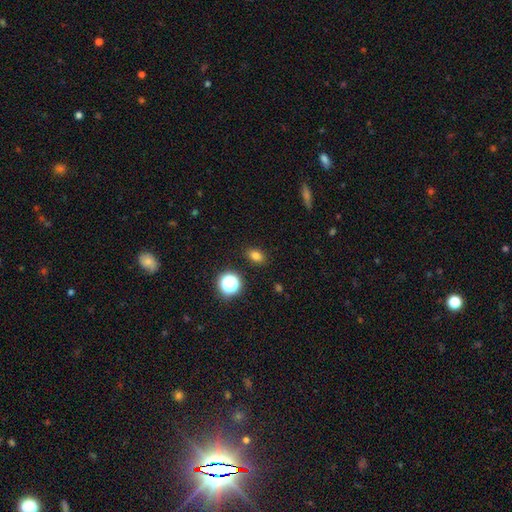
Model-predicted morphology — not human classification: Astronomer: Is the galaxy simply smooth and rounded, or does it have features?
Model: smooth — 78%.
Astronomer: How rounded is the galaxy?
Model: in between — 72%.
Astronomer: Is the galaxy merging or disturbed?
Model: none — 87%.